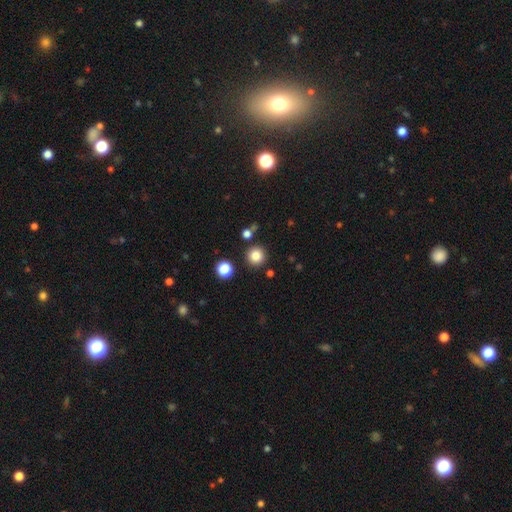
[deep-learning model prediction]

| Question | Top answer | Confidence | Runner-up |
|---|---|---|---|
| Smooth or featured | smooth | 83% | star or artifact (12%) |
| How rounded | round | 95% | in between (4%) |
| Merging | none | 88% | minor disturbance (6%) |